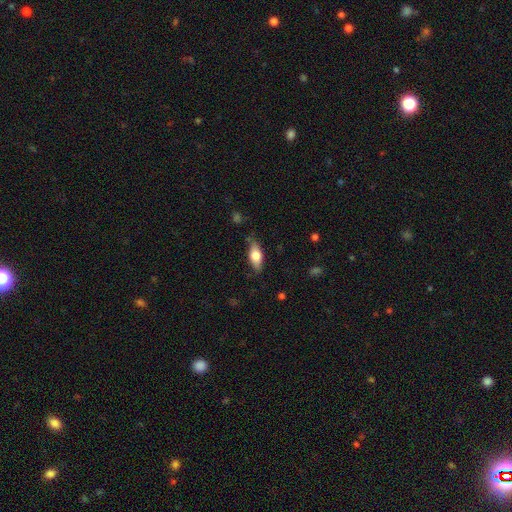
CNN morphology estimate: Smooth or featured?
  - smooth: 62% *
  - featured or disk: 32%
  - star or artifact: 6%
How rounded?
  - in between: 75% *
  - cigar-shaped: 22%
  - round: 4%
Merging?
  - none: 78% *
  - minor disturbance: 17%
  - major disturbance: 3%
  - merger: 1%